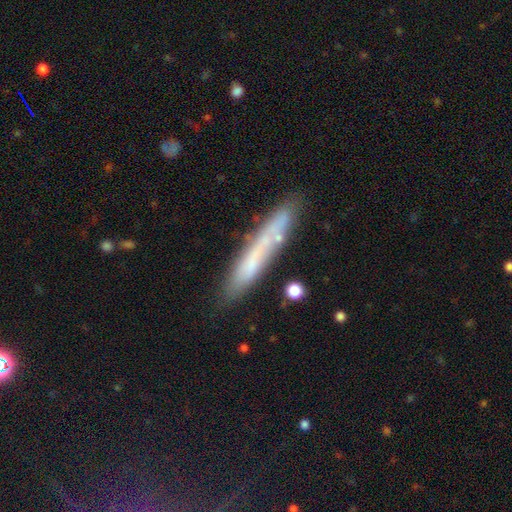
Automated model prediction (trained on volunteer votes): A smooth galaxy with no disk features (54%) that is cigar-shaped (92%).

Vote fractions:
- Smooth or featured? smooth: 54% / featured or disk: 37% / star or artifact: 8%
- How rounded? cigar-shaped: 92% / in between: 7% / round: 1%
- Merging? none: 73% / minor disturbance: 17% / merger: 5% / major disturbance: 5%